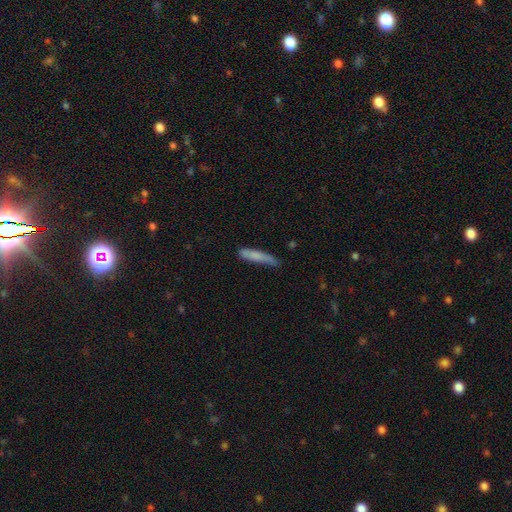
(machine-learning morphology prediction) smooth-or-featured: smooth: 75% | featured or disk: 18% | star or artifact: 7%
  how-rounded: cigar-shaped: 90% | in between: 8% | round: 1%
  merging: none: 62% | minor disturbance: 28% | major disturbance: 7% | merger: 3%